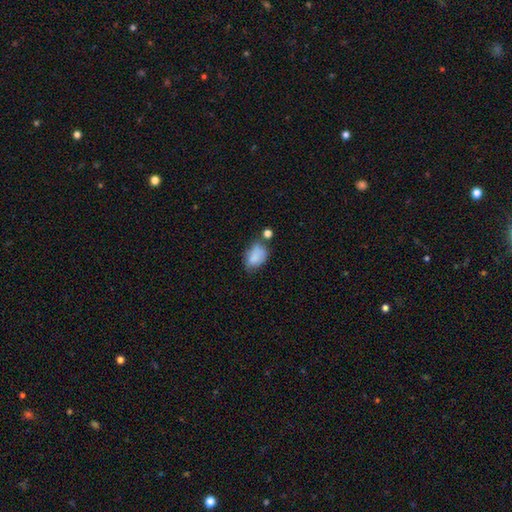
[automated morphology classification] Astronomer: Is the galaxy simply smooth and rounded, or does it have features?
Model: smooth — 81%.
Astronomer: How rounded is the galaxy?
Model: in between — 84%.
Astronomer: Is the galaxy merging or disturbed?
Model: none — 45% (runner-up: minor disturbance, 30%).